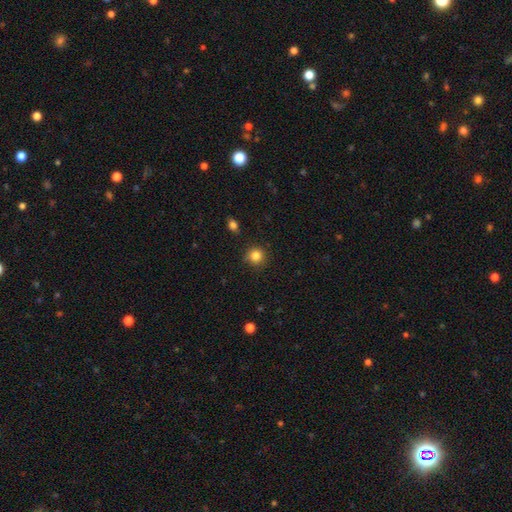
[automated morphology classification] Smooth or featured?
  - smooth: 84% *
  - star or artifact: 11%
  - featured or disk: 5%
How rounded?
  - round: 93% *
  - in between: 7%
  - cigar-shaped: 1%
Merging?
  - none: 86% *
  - minor disturbance: 10%
  - major disturbance: 2%
  - merger: 2%